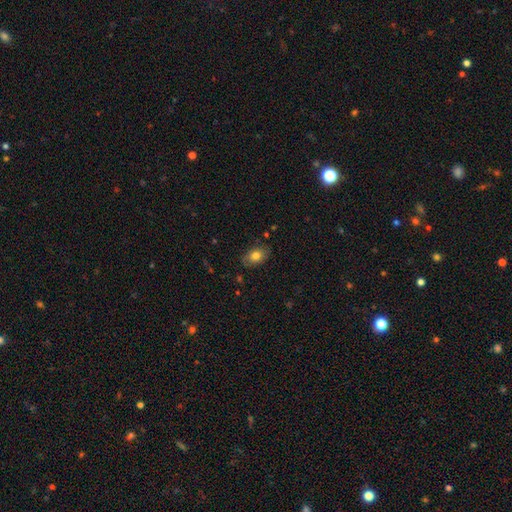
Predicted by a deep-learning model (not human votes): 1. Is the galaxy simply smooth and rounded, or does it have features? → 78% smooth, 13% featured or disk, 9% star or artifact.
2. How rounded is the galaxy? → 84% in between, 15% round, 2% cigar-shaped.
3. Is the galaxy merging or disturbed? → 82% none, 14% minor disturbance, 3% major disturbance, 1% merger.